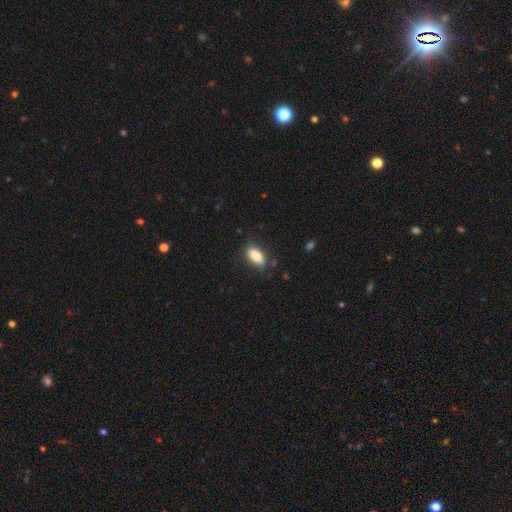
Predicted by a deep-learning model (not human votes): smooth 83%, featured or disk 9%, star or artifact 7%. Down the decision tree: how rounded — in between (85%); merging — none (76%).